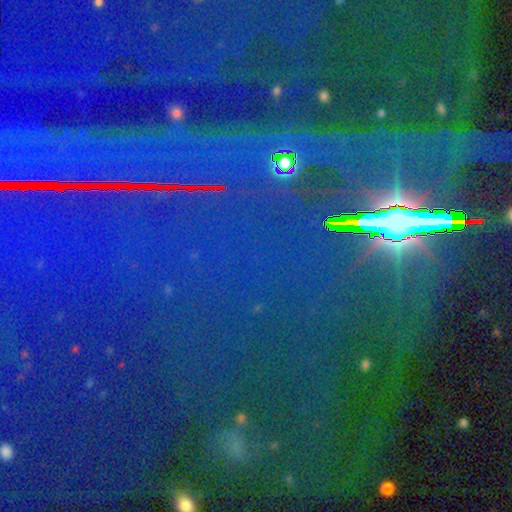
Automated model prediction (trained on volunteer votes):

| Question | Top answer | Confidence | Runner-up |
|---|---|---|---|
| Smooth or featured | star or artifact | 86% | smooth (7%) |